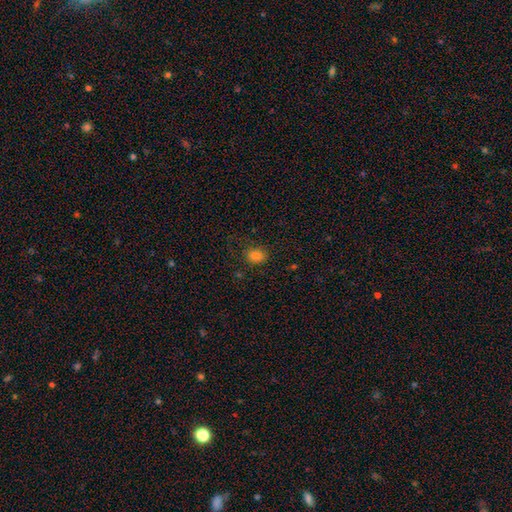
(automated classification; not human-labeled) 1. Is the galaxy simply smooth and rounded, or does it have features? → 80% smooth, 14% star or artifact, 6% featured or disk.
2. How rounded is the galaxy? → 54% in between, 45% round, 1% cigar-shaped.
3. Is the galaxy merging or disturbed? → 77% none, 15% minor disturbance, 6% major disturbance, 2% merger.